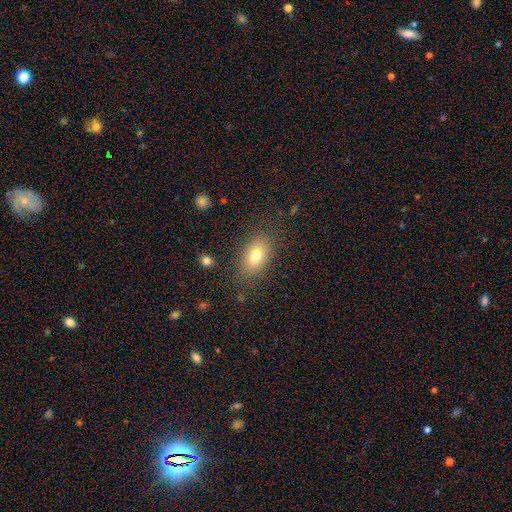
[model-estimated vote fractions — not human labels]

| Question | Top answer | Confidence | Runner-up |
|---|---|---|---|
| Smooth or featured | smooth | 76% | featured or disk (14%) |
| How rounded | in between | 83% | round (14%) |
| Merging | none | 83% | minor disturbance (11%) |